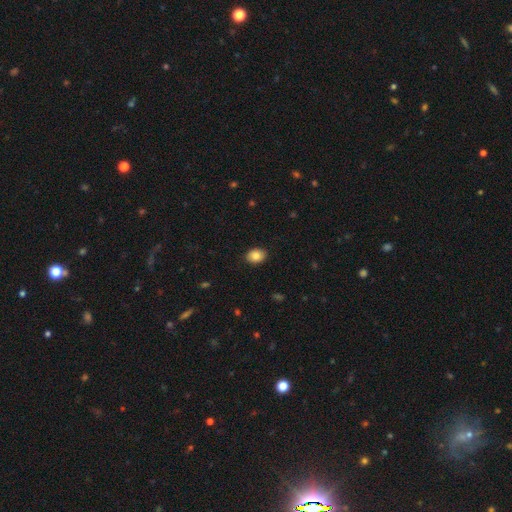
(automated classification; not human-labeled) Smooth or featured?
  - smooth: 84% *
  - star or artifact: 8%
  - featured or disk: 8%
How rounded?
  - in between: 70% *
  - round: 29%
  - cigar-shaped: 1%
Merging?
  - none: 89% *
  - minor disturbance: 9%
  - major disturbance: 2%
  - merger: 1%